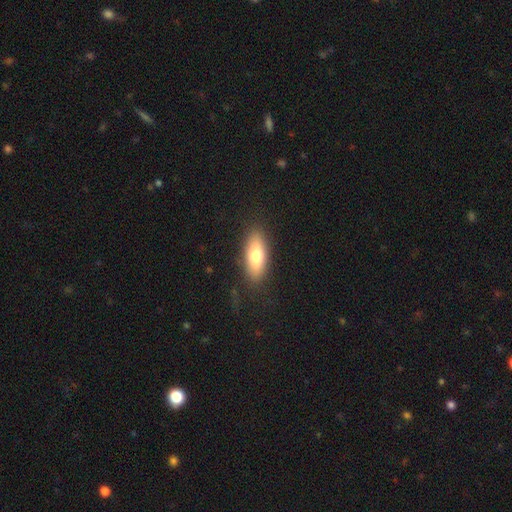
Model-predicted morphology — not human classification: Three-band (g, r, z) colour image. It shows a smooth galaxy with no disk features (74%) that is in between round and cigar-shaped (72%). Merging: none (83%).